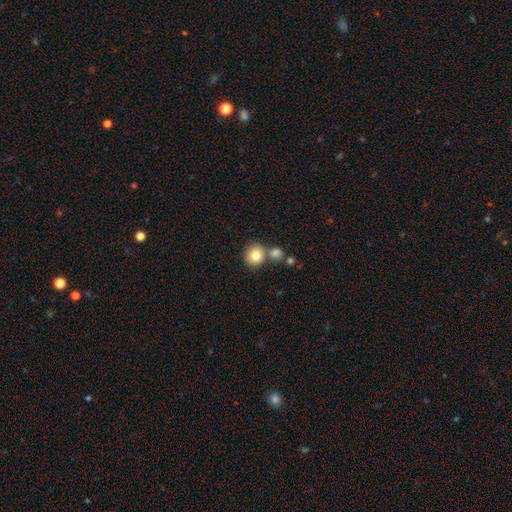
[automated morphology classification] The model was most divided on "merging": none: 61%, merger: 27%, minor disturbance: 9%, major disturbance: 3%. More confident: how rounded — round (88%); smooth or featured — smooth (80%).